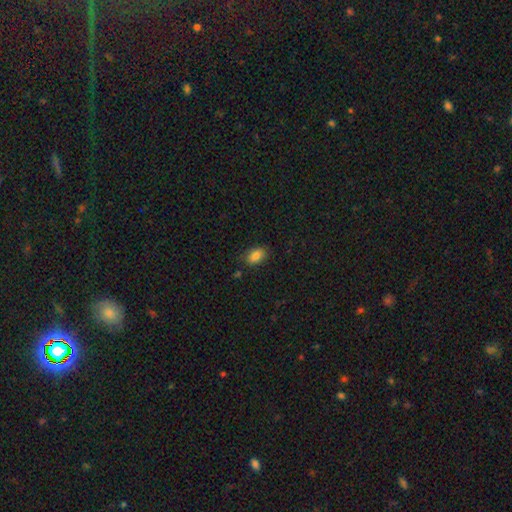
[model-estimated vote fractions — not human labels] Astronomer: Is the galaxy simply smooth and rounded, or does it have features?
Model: smooth — 85%.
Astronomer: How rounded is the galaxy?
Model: in between — 89%.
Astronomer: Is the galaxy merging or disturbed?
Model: none — 80%.